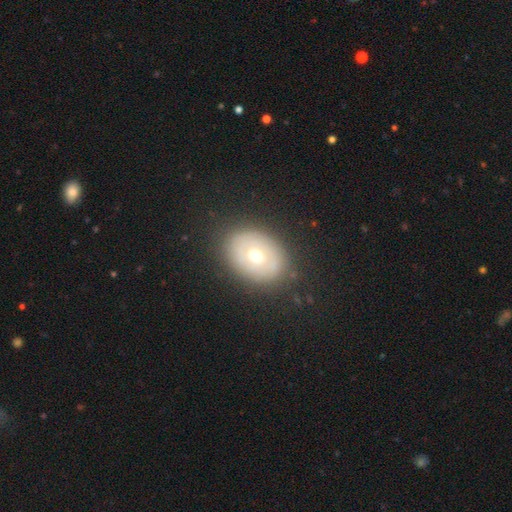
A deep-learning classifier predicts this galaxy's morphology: featured or disk 47%, smooth 45%, star or artifact 8%. Down the decision tree: merging — none (83%).